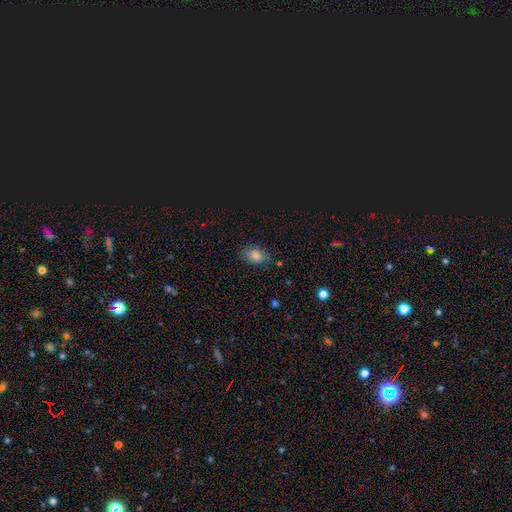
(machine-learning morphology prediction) This is likely a smooth galaxy (80%). How rounded: likely in between (78%). Merging: likely none (79%).